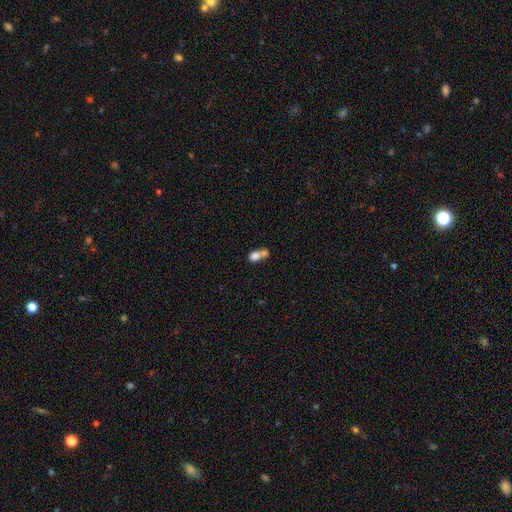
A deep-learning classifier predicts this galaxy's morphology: type=smooth (76%); roundness=in between (66%); merging=merger (69%).